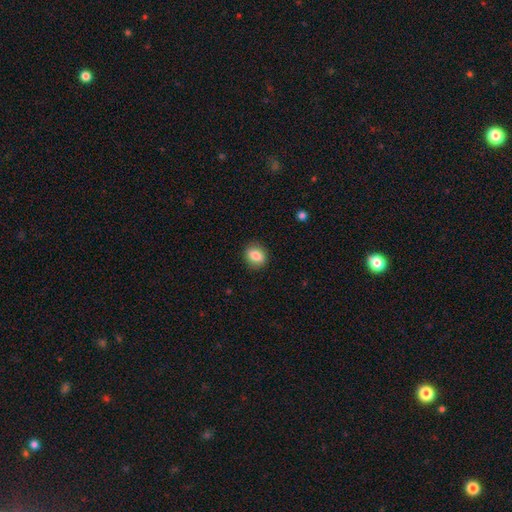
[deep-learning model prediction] Smooth or featured? Predicted: smooth (p=0.84). How rounded? Predicted: round (p=0.60). Merging? Predicted: none (p=0.89).